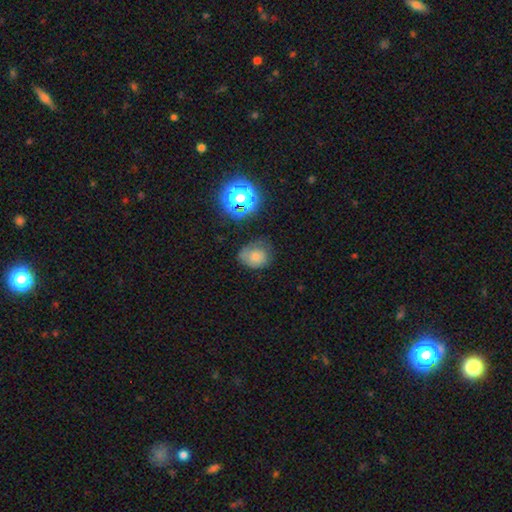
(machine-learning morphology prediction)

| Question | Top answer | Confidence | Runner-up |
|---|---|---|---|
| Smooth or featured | smooth | 64% | star or artifact (19%) |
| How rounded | round | 58% | in between (41%) |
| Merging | none | 56% | minor disturbance (29%) |